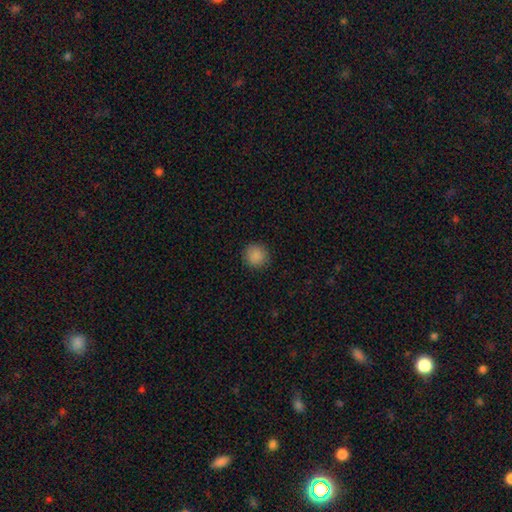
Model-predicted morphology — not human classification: smooth 88%, star or artifact 9%, featured or disk 3%. Down the decision tree: how rounded — round (93%); merging — none (90%).